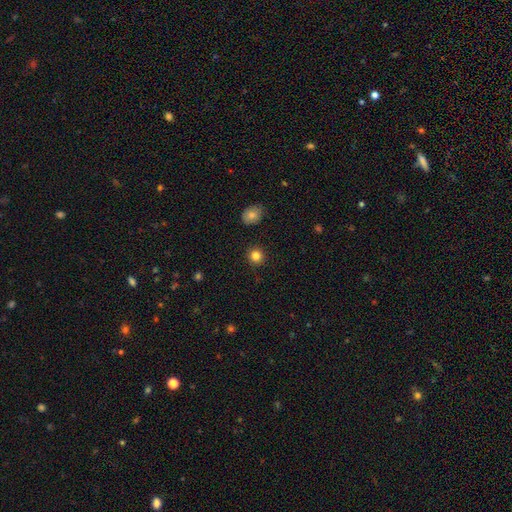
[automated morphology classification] Overall: smooth (84%). How rounded: round (92%). Merging: none (91%).